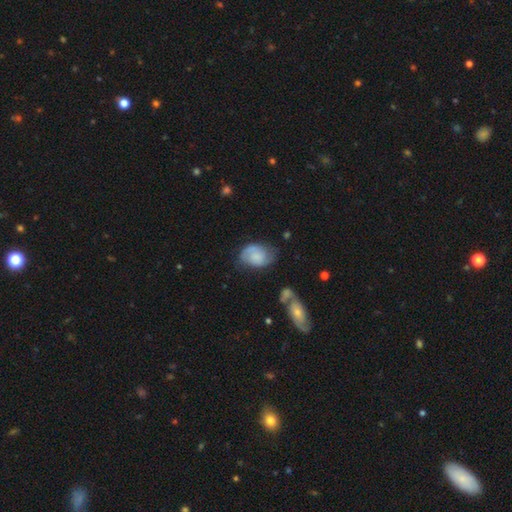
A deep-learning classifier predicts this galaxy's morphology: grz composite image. It shows a smooth galaxy with no disk features (54%) that is in between round and cigar-shaped (77%). Merging: none (55%).